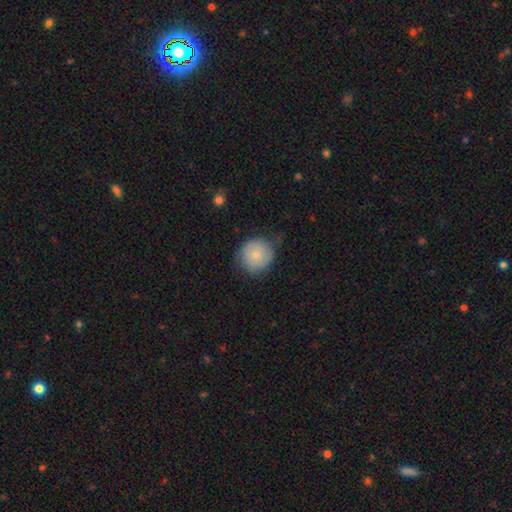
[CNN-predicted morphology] Smooth or featured: smooth — 73% (featured or disk — 20%)
How rounded: round — 91% (in between — 8%)
Merging: none — 71% (minor disturbance — 22%)